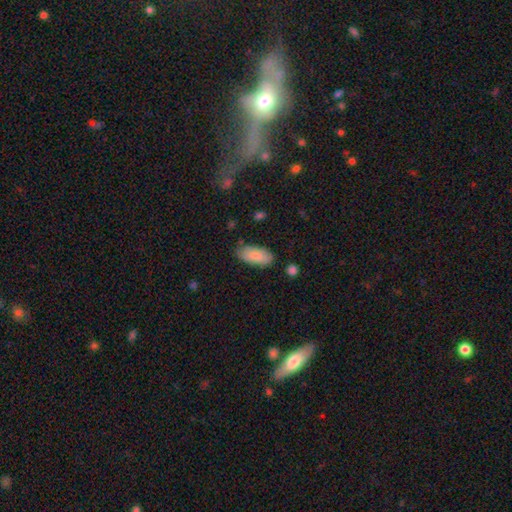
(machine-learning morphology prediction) Smooth or featured? Predicted: smooth (p=0.84). How rounded? Predicted: in between (p=0.91). Merging? Predicted: none (p=0.77).